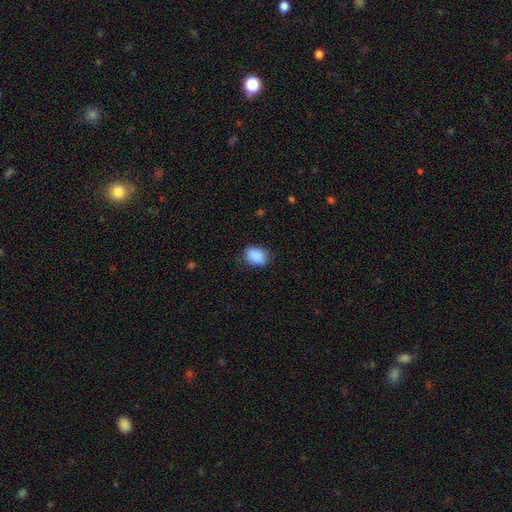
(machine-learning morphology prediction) Smooth or featured: smooth — 89% (star or artifact — 7%)
How rounded: in between — 76% (round — 23%)
Merging: none — 75% (minor disturbance — 19%)